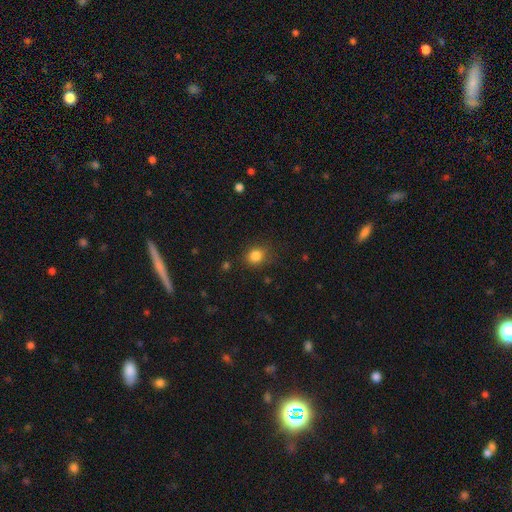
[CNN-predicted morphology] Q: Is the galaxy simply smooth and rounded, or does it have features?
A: smooth — 83%.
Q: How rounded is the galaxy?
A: round — 73%.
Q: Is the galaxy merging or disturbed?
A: none — 80%.